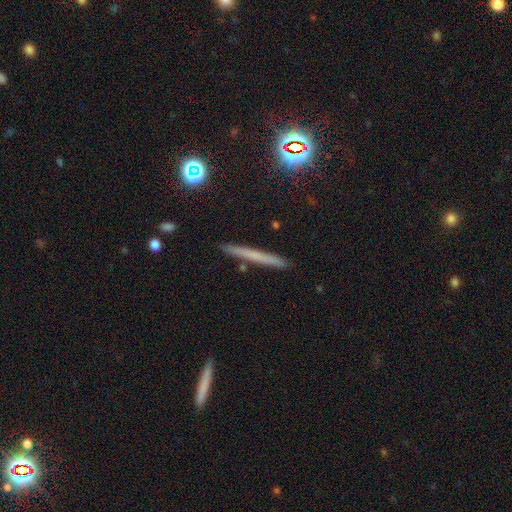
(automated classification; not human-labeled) A smooth galaxy with no disk features (53%) that is cigar-shaped (96%).

Vote fractions:
- Smooth or featured? smooth: 53% / featured or disk: 37% / star or artifact: 10%
- How rounded? cigar-shaped: 96% / in between: 2% / round: 2%
- Merging? none: 90% / minor disturbance: 7% / merger: 1% / major disturbance: 1%